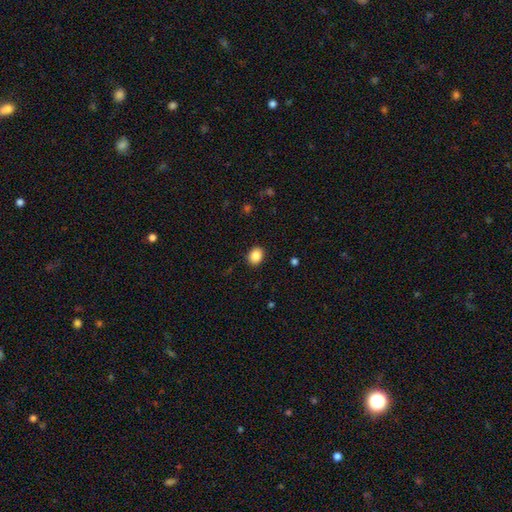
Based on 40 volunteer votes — Smooth or featured? smooth (95%)
How rounded? round (50%, tied with in between)
Merging? none (95%)